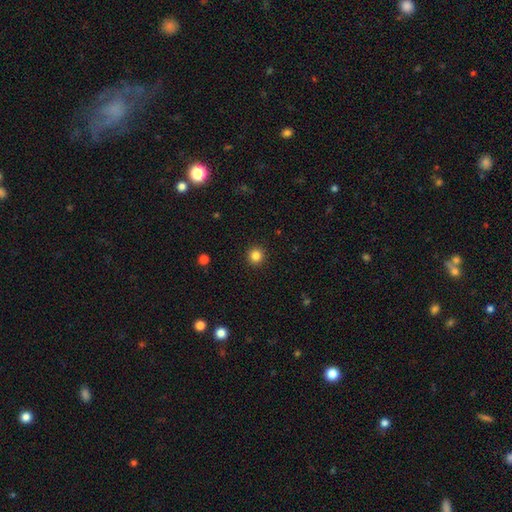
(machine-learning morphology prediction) A smooth galaxy with no disk features (84%) that is round (94%).

Vote fractions:
- Smooth or featured? smooth: 84% / star or artifact: 12% / featured or disk: 4%
- How rounded? round: 94% / in between: 5% / cigar-shaped: 1%
- Merging? none: 92% / minor disturbance: 5% / major disturbance: 2% / merger: 1%